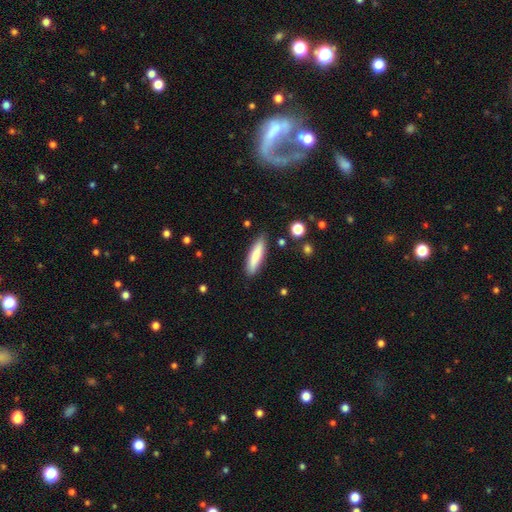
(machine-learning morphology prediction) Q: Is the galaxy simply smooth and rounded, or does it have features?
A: smooth — 80%.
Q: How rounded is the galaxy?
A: cigar-shaped — 73%.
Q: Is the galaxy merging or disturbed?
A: none — 85%.